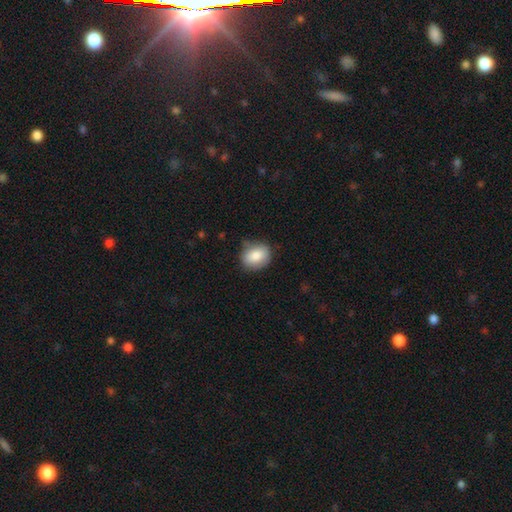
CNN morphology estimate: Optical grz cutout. It shows a smooth galaxy with no disk features (83%) that is in between round and cigar-shaped (50%). Merging: none (71%).